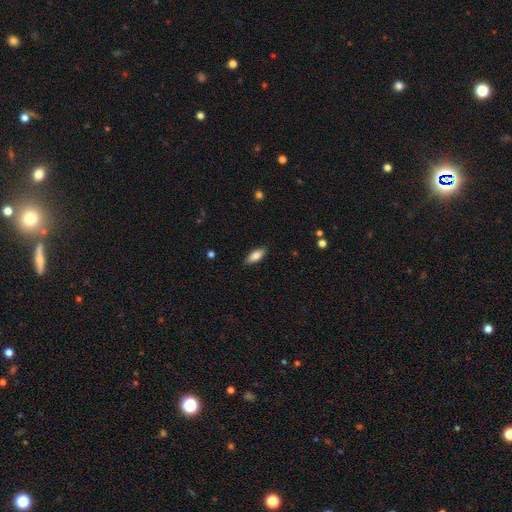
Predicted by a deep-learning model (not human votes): A smooth galaxy with no disk features (82%) that is in between round and cigar-shaped (80%). Merging: none (87%).